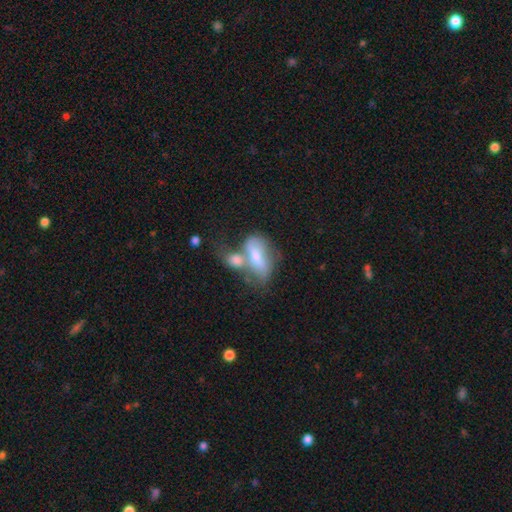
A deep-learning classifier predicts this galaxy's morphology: smooth_or_featured: smooth (p=0.51) [alt: featured or disk p=0.42]
how_rounded: in between (p=0.85) [alt: round p=0.09]
merging: merger (p=0.63) [alt: none p=0.17]